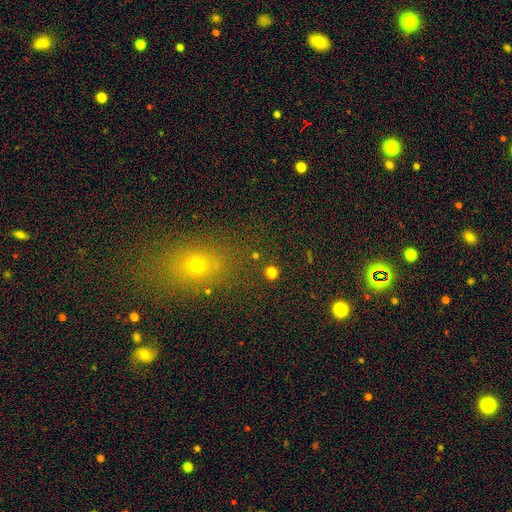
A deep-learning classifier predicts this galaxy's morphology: smooth-or-featured: smooth: 59% | star or artifact: 32% | featured or disk: 9%
  how-rounded: round: 77% | in between: 20% | cigar-shaped: 2%
  merging: none: 81% | minor disturbance: 9% | merger: 5% | major disturbance: 5%